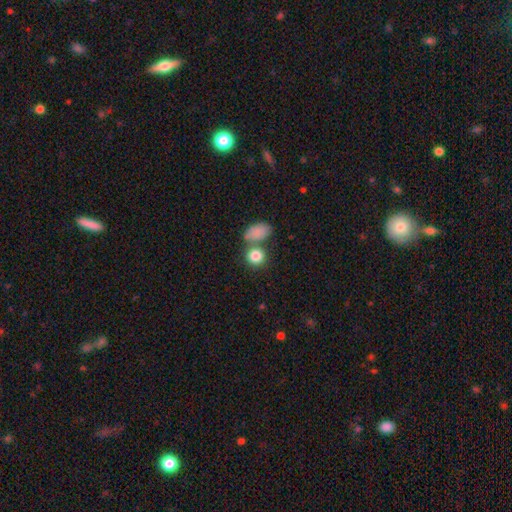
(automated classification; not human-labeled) A smooth galaxy with no disk features (84%) that is round (74%). Merging: none (57%).